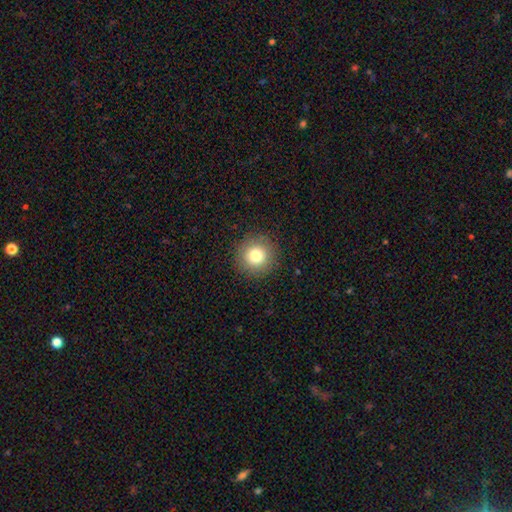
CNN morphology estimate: smooth-or-featured: smooth: 79% | star or artifact: 12% | featured or disk: 10%
  how-rounded: round: 96% | in between: 3% | cigar-shaped: 1%
  merging: none: 91% | minor disturbance: 6% | major disturbance: 2% | merger: 1%